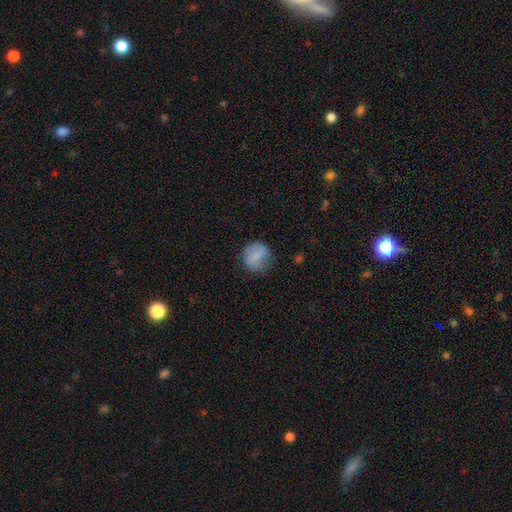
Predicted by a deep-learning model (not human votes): Smooth or featured?
  - smooth: 71% *
  - featured or disk: 21%
  - star or artifact: 8%
How rounded?
  - round: 84% *
  - in between: 15%
  - cigar-shaped: 1%
Merging?
  - none: 72% *
  - minor disturbance: 19%
  - major disturbance: 7%
  - merger: 2%